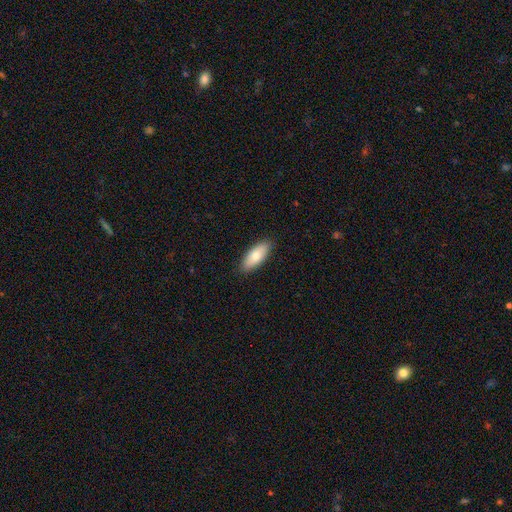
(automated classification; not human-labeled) Smooth or featured? smooth (79%)
How rounded? in between (82%)
Merging? none (88%)